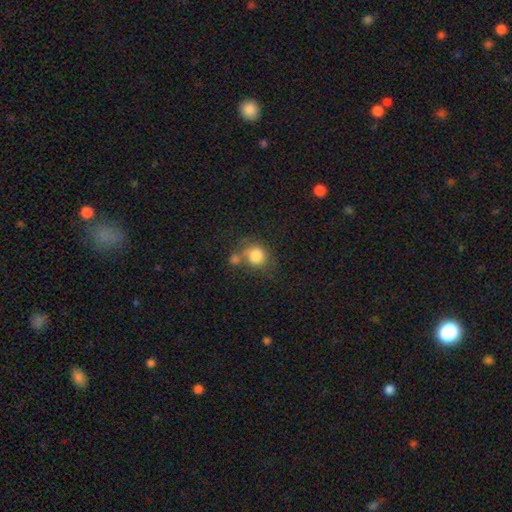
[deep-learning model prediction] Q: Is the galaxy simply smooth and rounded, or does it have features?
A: smooth — 81%.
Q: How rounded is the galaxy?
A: round — 78%.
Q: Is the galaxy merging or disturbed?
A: none — 42%.